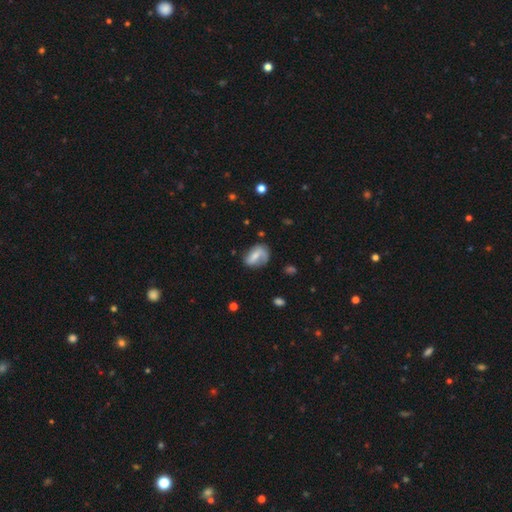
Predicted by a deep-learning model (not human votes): A smooth galaxy with no disk features (49%).

Vote fractions:
- Smooth or featured? smooth: 49% / featured or disk: 43% / star or artifact: 8%
- Merging? none: 53% / minor disturbance: 27% / major disturbance: 16% / merger: 3%